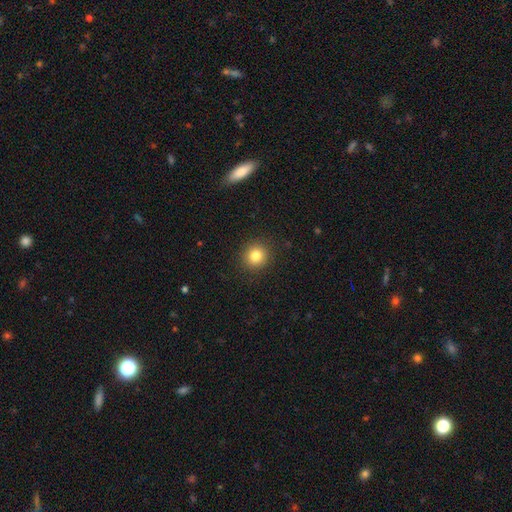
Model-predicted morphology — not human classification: smooth-or-featured: smooth: 82% | star or artifact: 11% | featured or disk: 7%
  how-rounded: round: 89% | in between: 11% | cigar-shaped: 1%
  merging: none: 90% | minor disturbance: 6% | major disturbance: 2% | merger: 1%